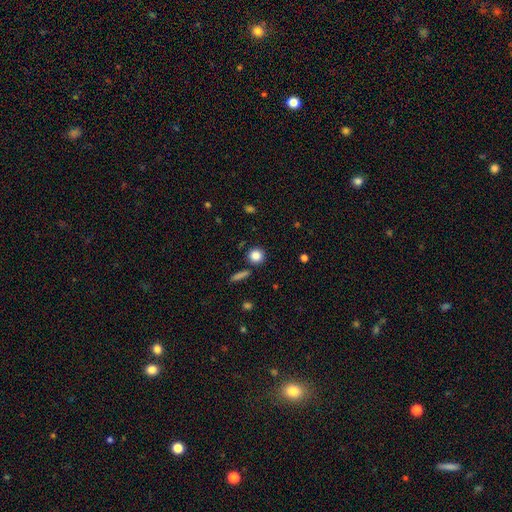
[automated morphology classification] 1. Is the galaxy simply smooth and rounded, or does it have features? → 85% smooth, 10% star or artifact, 5% featured or disk.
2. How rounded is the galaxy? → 92% round, 6% in between, 2% cigar-shaped.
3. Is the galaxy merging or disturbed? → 85% none, 8% minor disturbance, 5% merger, 3% major disturbance.